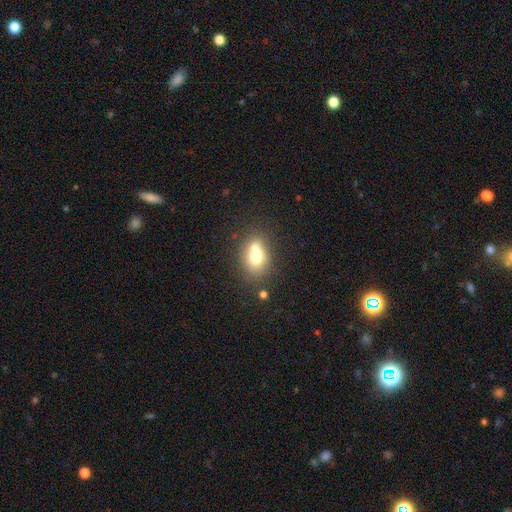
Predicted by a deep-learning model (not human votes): Smooth or featured? smooth (68%)
How rounded? in between (59%)
Merging? merger (42%)